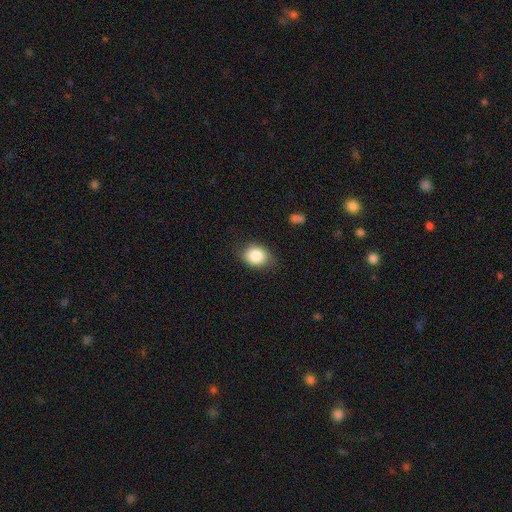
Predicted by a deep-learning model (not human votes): A smooth galaxy with no disk features (84%) that is round (54%).

Vote fractions:
- Smooth or featured? smooth: 84% / star or artifact: 8% / featured or disk: 8%
- How rounded? round: 54% / in between: 45% / cigar-shaped: 1%
- Merging? none: 76% / minor disturbance: 18% / major disturbance: 4% / merger: 1%